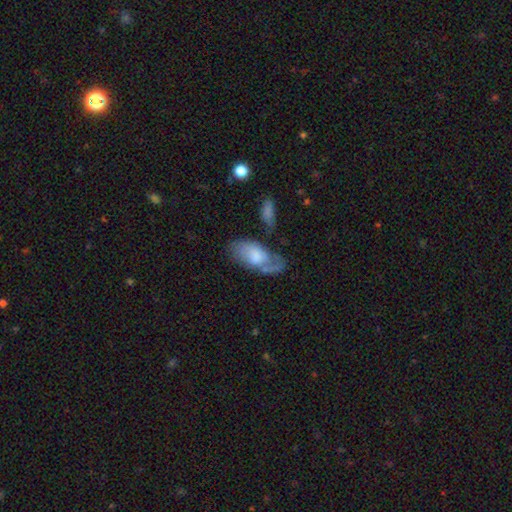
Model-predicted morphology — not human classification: A featured or disk galaxy (48%).

Vote fractions:
- Smooth or featured? featured or disk: 48% / smooth: 46% / star or artifact: 7%
- Merging? none: 46% / minor disturbance: 26% / major disturbance: 20% / merger: 9%